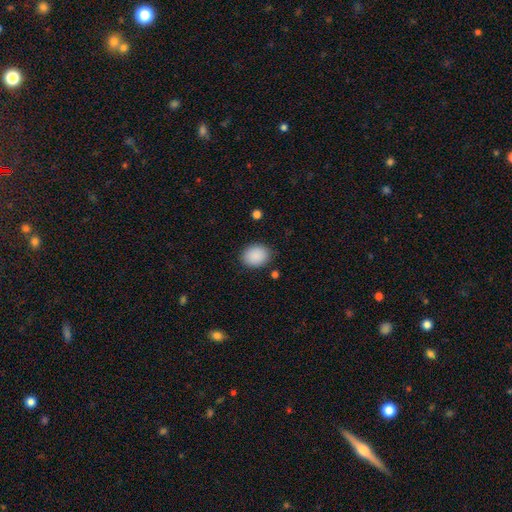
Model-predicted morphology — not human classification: Smooth or featured?
  - smooth: 90% *
  - star or artifact: 7%
  - featured or disk: 3%
How rounded?
  - round: 52% *
  - in between: 47%
  - cigar-shaped: 1%
Merging?
  - none: 86% *
  - minor disturbance: 10%
  - major disturbance: 3%
  - merger: 1%